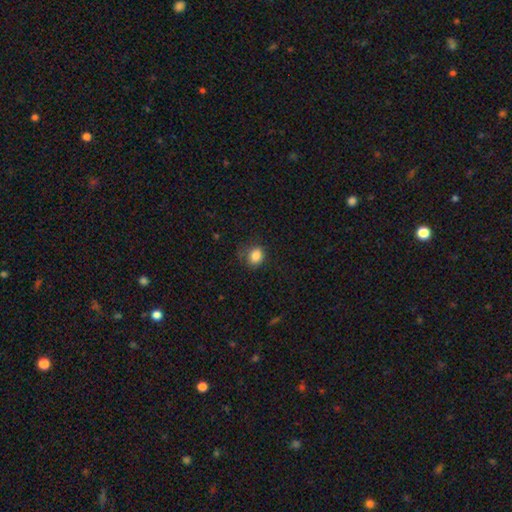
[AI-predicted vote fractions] This is clearly a smooth galaxy (85%). How rounded: possibly round (57%). Merging: likely none (68%).